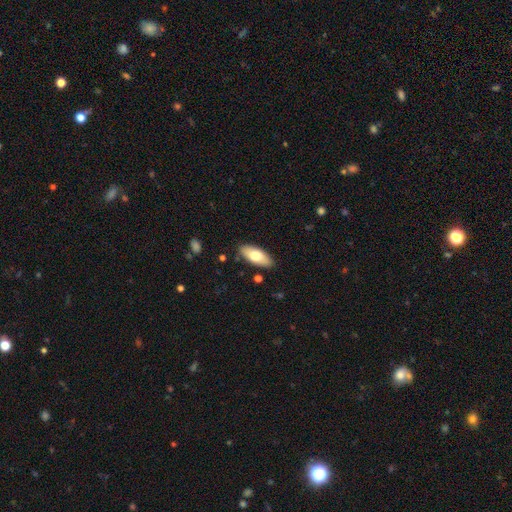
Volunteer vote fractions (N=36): smooth_or_featured: smooth (p=0.81) [alt: featured or disk p=0.17]
how_rounded: in between (p=0.90) [alt: cigar-shaped p=0.10]
merging: none (p=0.91) [alt: minor disturbance p=0.06]